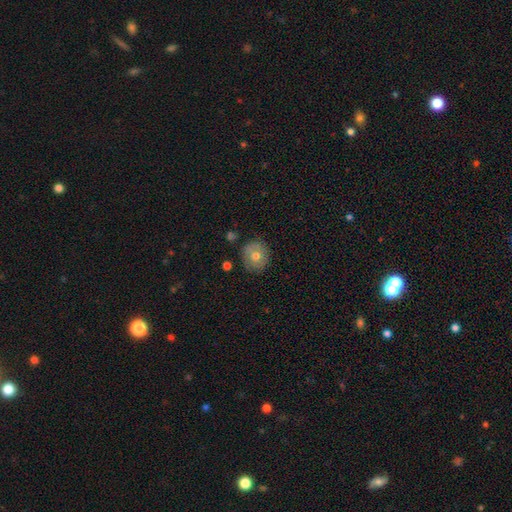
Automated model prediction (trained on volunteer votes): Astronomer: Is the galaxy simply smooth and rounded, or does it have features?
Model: smooth — 63%.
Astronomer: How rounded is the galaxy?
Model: round — 86%.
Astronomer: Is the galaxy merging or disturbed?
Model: none — 82%.